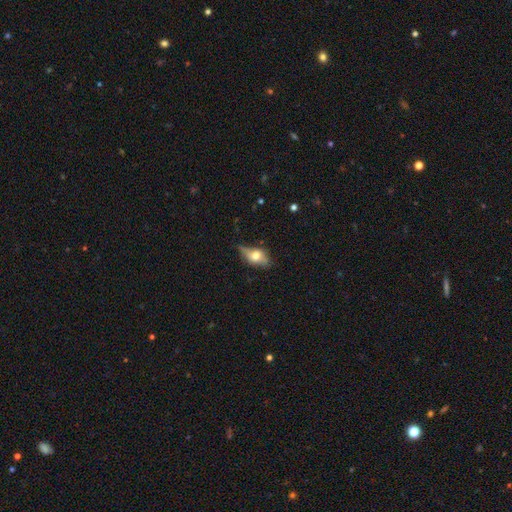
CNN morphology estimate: Overall: smooth (54%; featured or disk 37%). How rounded: in between (80%). Merging: none (52%; minor disturbance 33%).